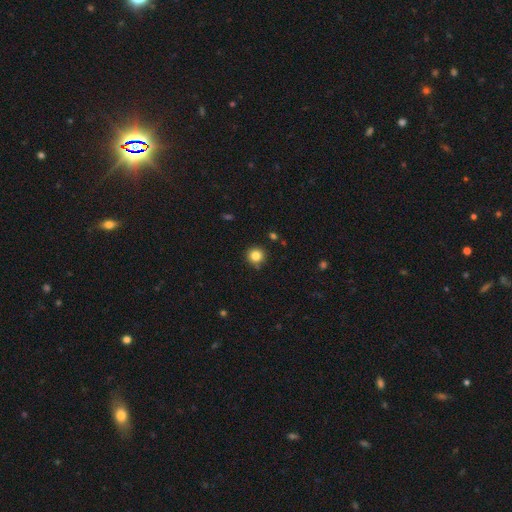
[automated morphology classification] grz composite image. It shows a smooth galaxy with no disk features (83%) that is round (94%). Merging: none (87%).